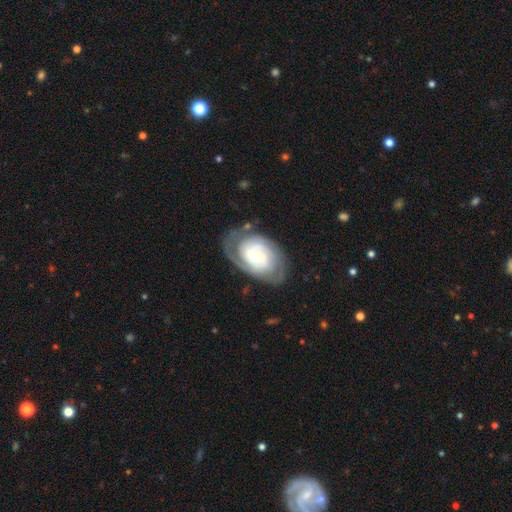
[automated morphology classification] Q: Smooth or featured?
A: featured or disk (82%); runner-up: smooth (13%)
Q: Edge-on disk?
A: no (96%); runner-up: yes (4%)
Q: Bar?
A: no (55%); runner-up: weak (35%)
Q: Spiral arms?
A: yes (93%); runner-up: no (7%)
Q: Spiral winding?
A: tight (67%); runner-up: medium (26%)
Q: Spiral arm count?
A: 2 (53%); runner-up: can't tell (25%)
Q: Bulge size?
A: moderate (58%); runner-up: small (33%)
Q: Merging?
A: none (72%); runner-up: minor disturbance (18%)